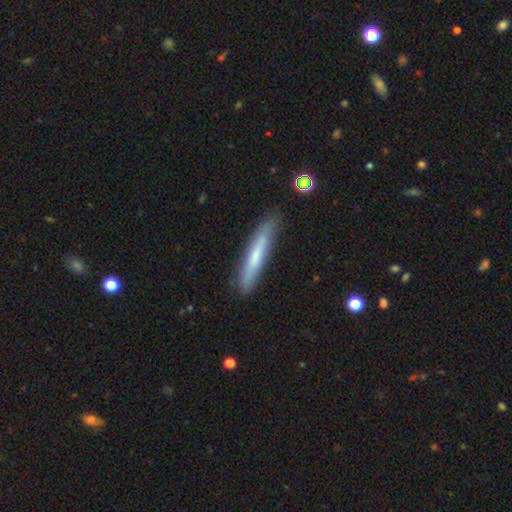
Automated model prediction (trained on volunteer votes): smooth-or-featured: smooth: 60% | featured or disk: 34% | star or artifact: 6%
  how-rounded: cigar-shaped: 94% | in between: 5% | round: 1%
  merging: none: 86% | minor disturbance: 11% | major disturbance: 2% | merger: 1%